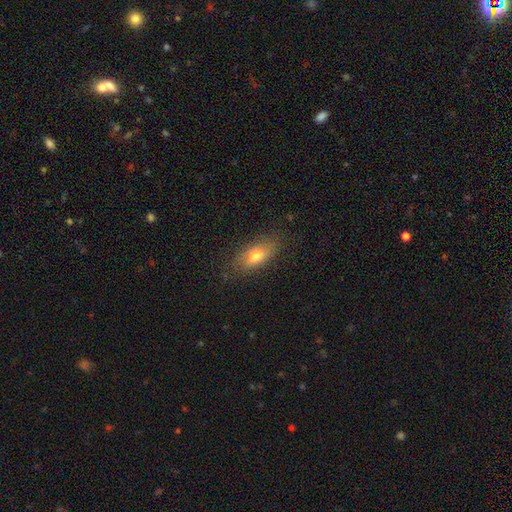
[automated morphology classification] Smooth or featured? Predicted: smooth (p=0.72). How rounded? Predicted: in between (p=0.81). Merging? Predicted: none (p=0.80).